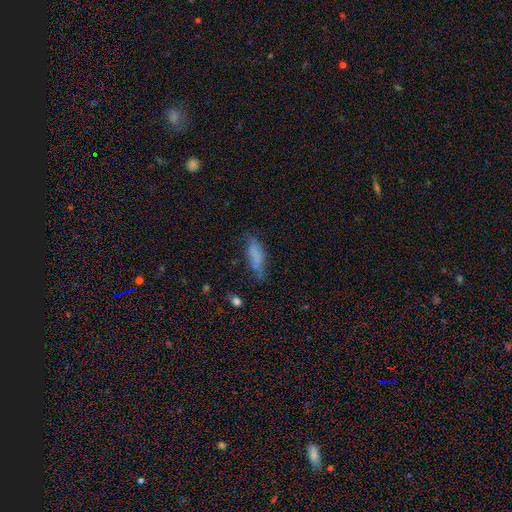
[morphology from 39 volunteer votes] Smooth or featured? smooth (56%)
How rounded? cigar-shaped (68%)
Merging? none (63%)